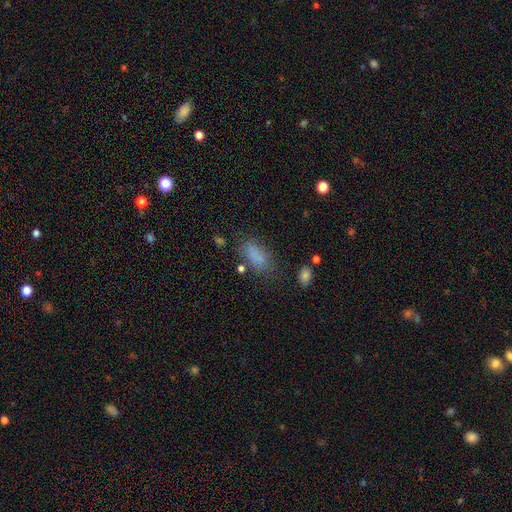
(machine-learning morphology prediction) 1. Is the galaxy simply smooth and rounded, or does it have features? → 78% smooth, 12% star or artifact, 10% featured or disk.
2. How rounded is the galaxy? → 87% in between, 9% cigar-shaped, 5% round.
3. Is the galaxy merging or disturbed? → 62% none, 21% minor disturbance, 11% major disturbance, 5% merger.